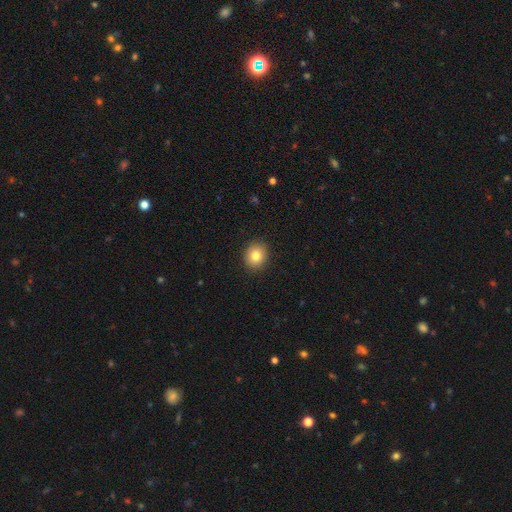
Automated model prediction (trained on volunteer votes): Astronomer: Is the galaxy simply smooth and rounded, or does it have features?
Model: smooth — 81%.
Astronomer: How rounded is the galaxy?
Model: round — 75%.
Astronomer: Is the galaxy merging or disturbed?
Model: none — 91%.